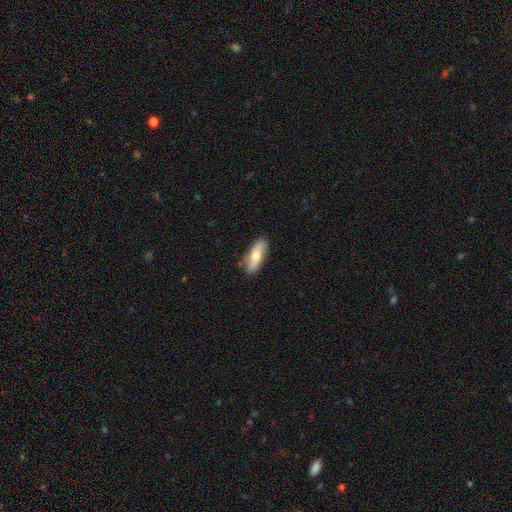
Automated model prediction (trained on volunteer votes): Overall: smooth (58%; featured or disk 36%). How rounded: in between (60%; cigar-shaped 37%). Merging: none (83%).